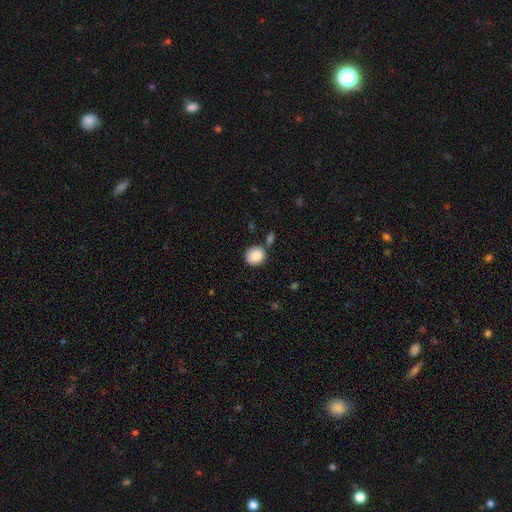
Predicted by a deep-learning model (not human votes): smooth_or_featured: smooth (p=0.87) [alt: star or artifact p=0.08]
how_rounded: round (p=0.85) [alt: in between p=0.14]
merging: none (p=0.73) [alt: merger p=0.12]